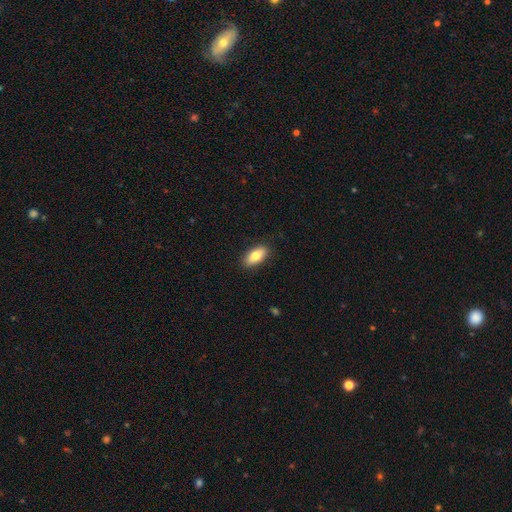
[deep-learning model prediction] This appears to be a smooth galaxy with no disk features (80%) that is in between round and cigar-shaped (88%). Merging: none (88%).